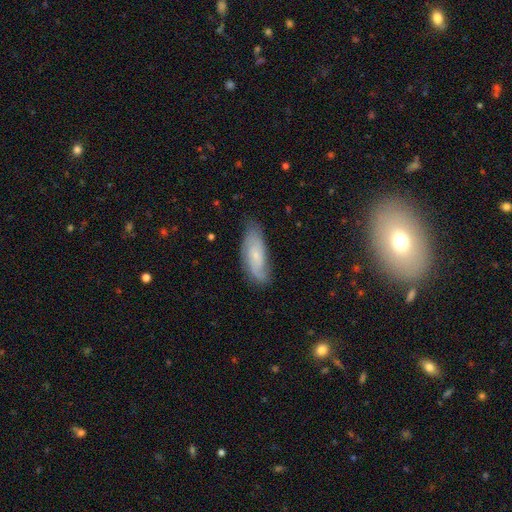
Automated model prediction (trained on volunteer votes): Smooth or featured? Predicted: featured or disk (p=0.58). Edge-on disk? Predicted: no (p=0.88). Bar? Predicted: no (p=0.67). Spiral arms? Predicted: yes (p=0.89). Bulge size? Predicted: small (p=0.71). Merging? Predicted: none (p=0.71).